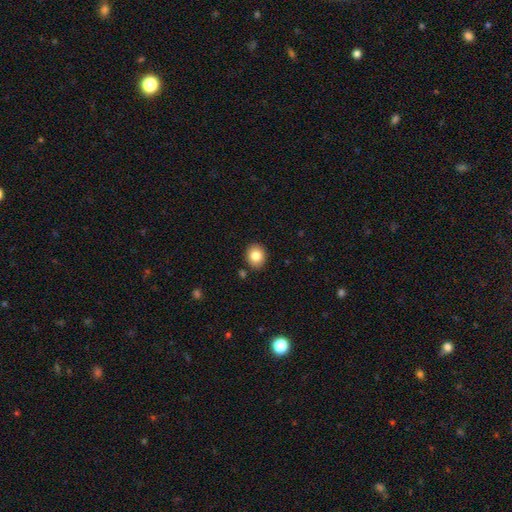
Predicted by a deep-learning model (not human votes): A smooth galaxy with no disk features (83%) that is round (67%). Merging: none (88%).